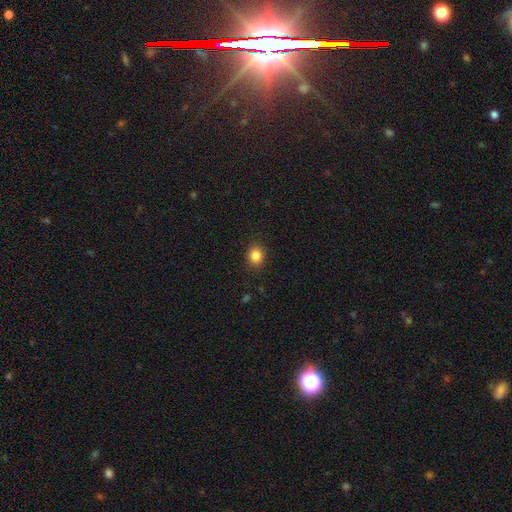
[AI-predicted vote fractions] A smooth galaxy with no disk features (85%) that is round (69%).

Vote fractions:
- Smooth or featured? smooth: 85% / star or artifact: 11% / featured or disk: 4%
- How rounded? round: 69% / in between: 30% / cigar-shaped: 1%
- Merging? none: 89% / minor disturbance: 8% / major disturbance: 2% / merger: 1%